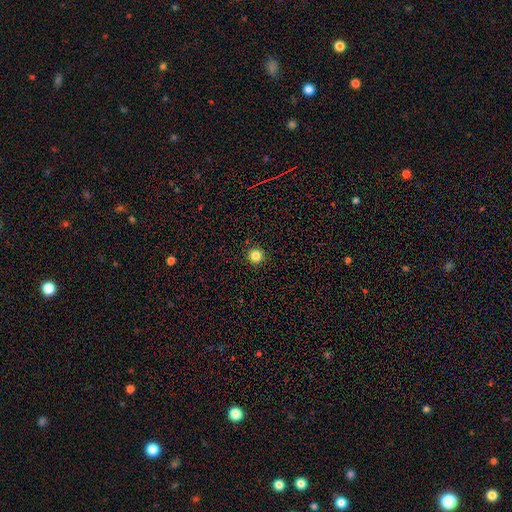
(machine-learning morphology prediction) Smooth or featured: smooth — 83% (star or artifact — 13%)
How rounded: round — 96% (in between — 3%)
Merging: none — 93% (minor disturbance — 4%)